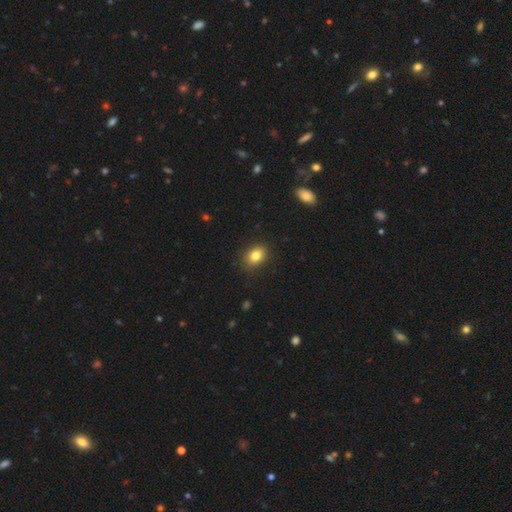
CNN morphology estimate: Smooth or featured? Predicted: smooth (p=0.82). How rounded? Predicted: in between (p=0.63). Merging? Predicted: none (p=0.87).